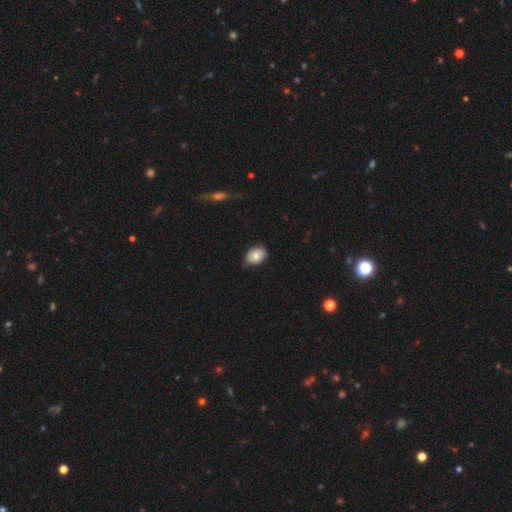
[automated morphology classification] Q: Smooth or featured?
A: smooth (77%); runner-up: featured or disk (16%)
Q: How rounded?
A: in between (80%); runner-up: round (19%)
Q: Merging?
A: none (76%); runner-up: minor disturbance (20%)